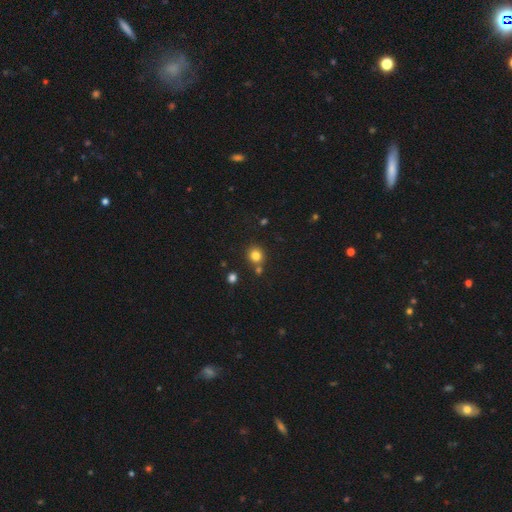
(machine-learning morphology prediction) Smooth or featured? Predicted: smooth (p=0.81). How rounded? Predicted: round (p=0.88). Merging? Predicted: none (p=0.75).